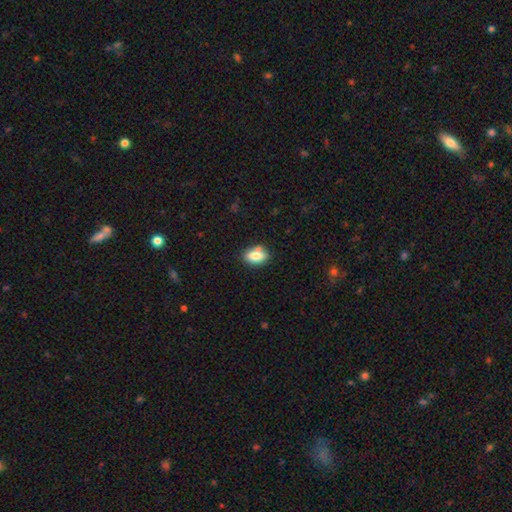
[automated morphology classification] Q: Smooth or featured?
A: smooth (76%); runner-up: featured or disk (16%)
Q: How rounded?
A: in between (82%); runner-up: round (12%)
Q: Merging?
A: none (68%); runner-up: minor disturbance (16%)